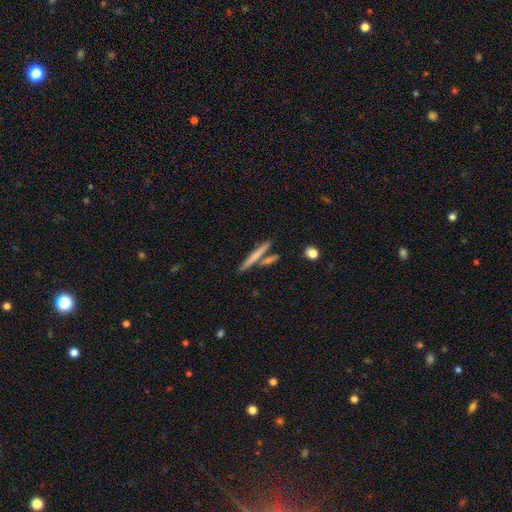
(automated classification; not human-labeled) smooth_or_featured: smooth (p=0.60) [alt: featured or disk p=0.33]
how_rounded: cigar-shaped (p=0.93) [alt: in between p=0.04]
merging: none (p=0.73) [alt: merger p=0.16]